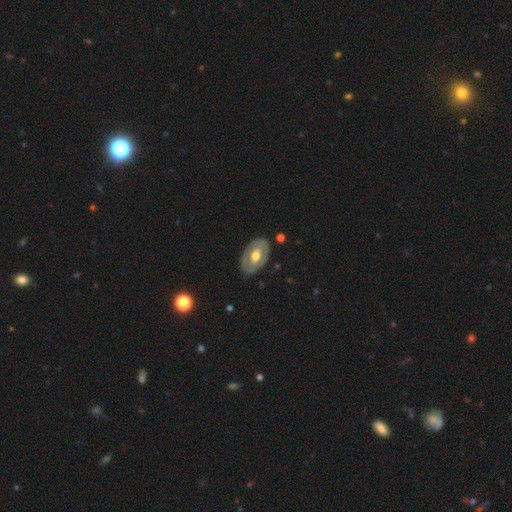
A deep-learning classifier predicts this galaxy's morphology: Smooth or featured? featured or disk (61%)
Edge-on disk? no (91%)
Bar? no (56%)
Spiral arms? no (73%)
Bulge size? moderate (69%)
Merging? none (81%)